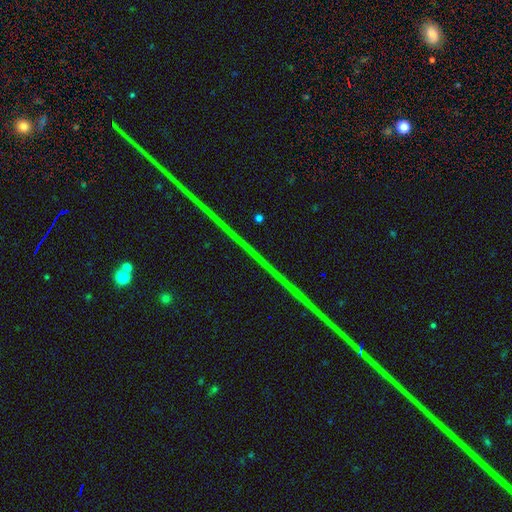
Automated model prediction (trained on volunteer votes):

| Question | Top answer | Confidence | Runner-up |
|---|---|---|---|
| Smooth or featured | star or artifact | 89% | featured or disk (7%) |